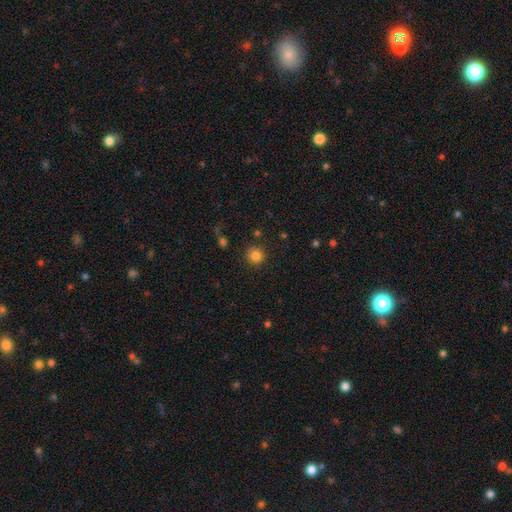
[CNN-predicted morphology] Smooth or featured? Predicted: smooth (p=0.83). How rounded? Predicted: round (p=0.91). Merging? Predicted: none (p=0.84).